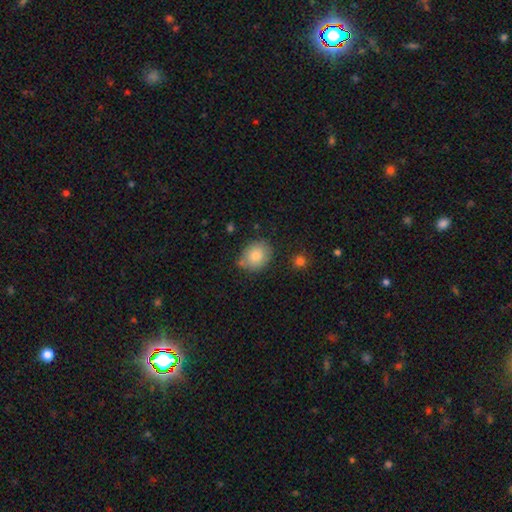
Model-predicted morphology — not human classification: Smooth or featured? smooth (80%)
How rounded? round (53%)
Merging? none (74%)